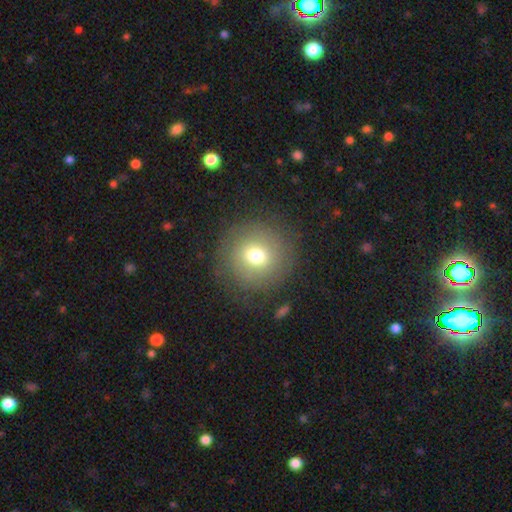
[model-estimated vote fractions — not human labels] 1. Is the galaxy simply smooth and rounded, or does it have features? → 68% smooth, 18% featured or disk, 14% star or artifact.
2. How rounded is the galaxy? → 93% round, 6% in between, 1% cigar-shaped.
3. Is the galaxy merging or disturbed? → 84% none, 9% minor disturbance, 6% major disturbance, 1% merger.